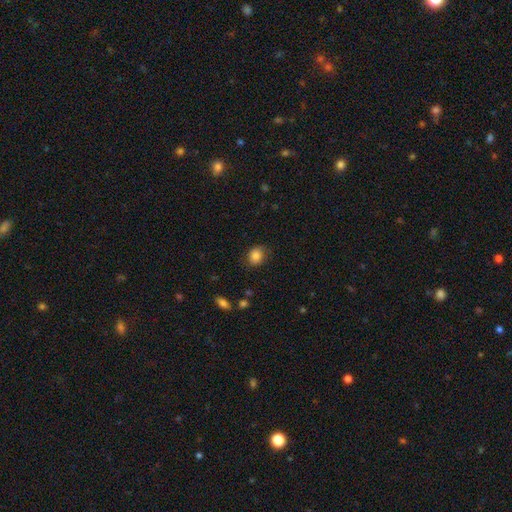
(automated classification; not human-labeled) A smooth galaxy with no disk features (83%) that is round (59%).

Vote fractions:
- Smooth or featured? smooth: 83% / star or artifact: 9% / featured or disk: 8%
- How rounded? round: 59% / in between: 40% / cigar-shaped: 1%
- Merging? none: 78% / minor disturbance: 17% / major disturbance: 4% / merger: 1%